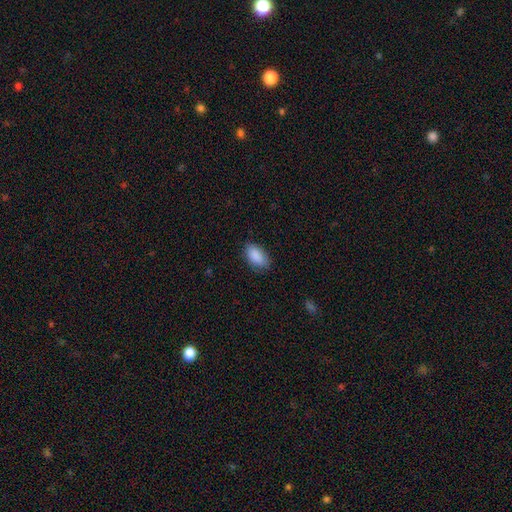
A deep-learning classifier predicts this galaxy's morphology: Smooth or featured? Predicted: smooth (p=0.90). How rounded? Predicted: in between (p=0.93). Merging? Predicted: none (p=0.81).